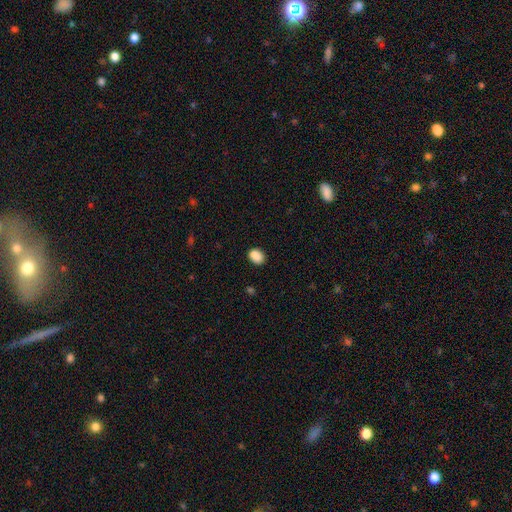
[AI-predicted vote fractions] Morphology: type=smooth (88%); roundness=in between (63%); merging=none (84%).